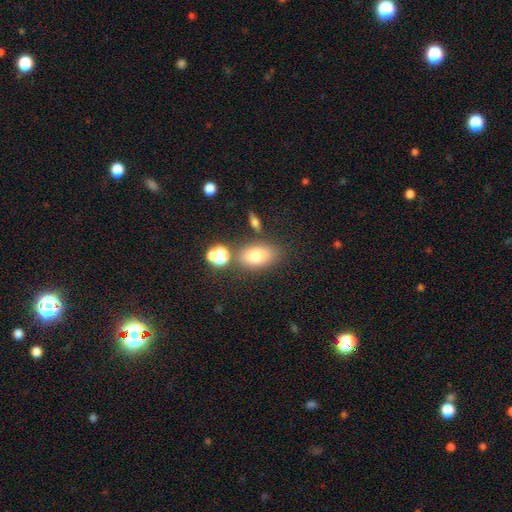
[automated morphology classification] A smooth galaxy with no disk features (75%) that is in between round and cigar-shaped (83%). Merging: none (72%).